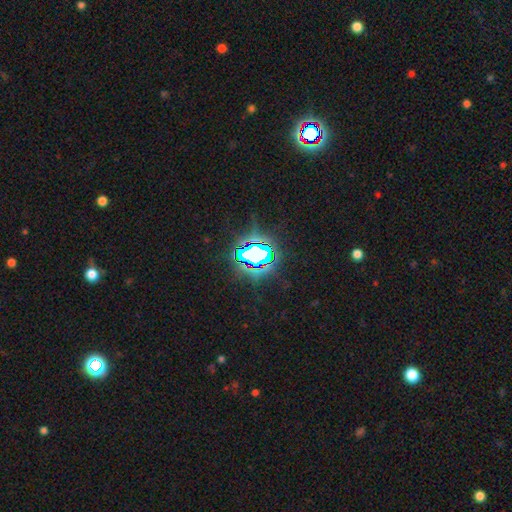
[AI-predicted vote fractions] star or artifact 73%, smooth 14%, featured or disk 13%.